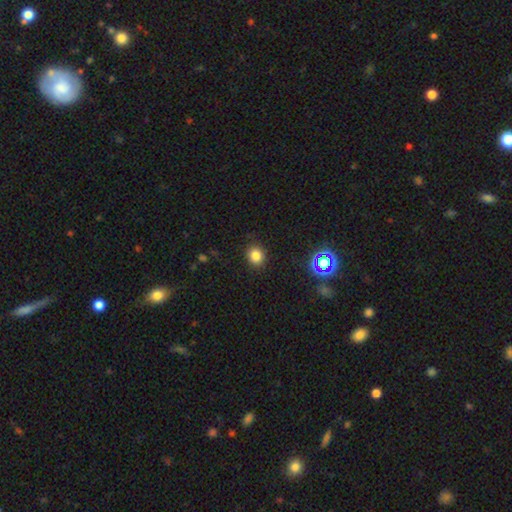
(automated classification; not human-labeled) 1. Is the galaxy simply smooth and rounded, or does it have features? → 80% smooth, 14% star or artifact, 5% featured or disk.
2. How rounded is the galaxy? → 75% round, 25% in between, 1% cigar-shaped.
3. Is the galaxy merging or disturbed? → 89% none, 8% minor disturbance, 2% major disturbance, 1% merger.